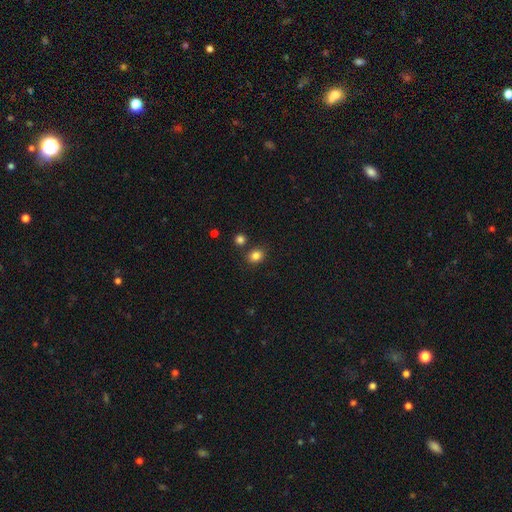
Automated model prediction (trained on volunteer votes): A smooth galaxy with no disk features (83%) that is round (66%).

Vote fractions:
- Smooth or featured? smooth: 83% / star or artifact: 12% / featured or disk: 5%
- How rounded? round: 66% / in between: 33% / cigar-shaped: 1%
- Merging? none: 79% / minor disturbance: 9% / merger: 9% / major disturbance: 3%